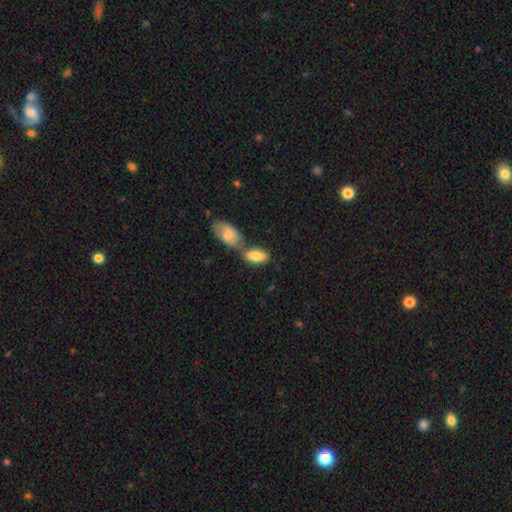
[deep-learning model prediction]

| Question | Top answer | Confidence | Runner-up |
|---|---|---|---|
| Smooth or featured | smooth | 82% | featured or disk (12%) |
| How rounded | in between | 91% | cigar-shaped (6%) |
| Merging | merger | 48% | none (35%) |